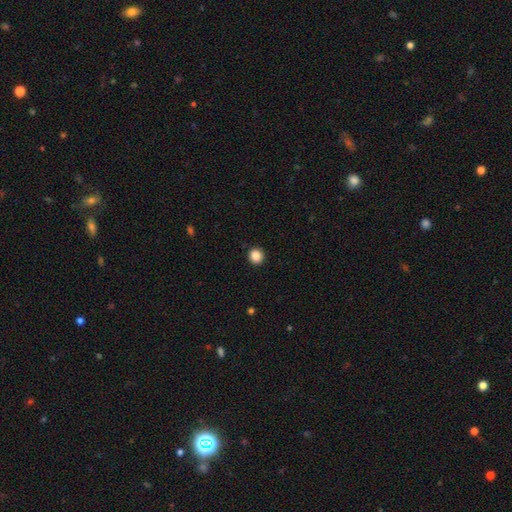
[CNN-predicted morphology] Smooth or featured? smooth (87%)
How rounded? round (91%)
Merging? none (92%)